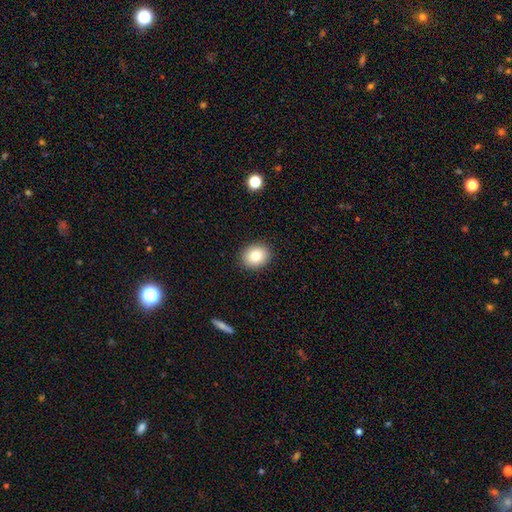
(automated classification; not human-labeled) smooth 81%, featured or disk 10%, star or artifact 10%. Down the decision tree: how rounded — round (60%); merging — none (90%).